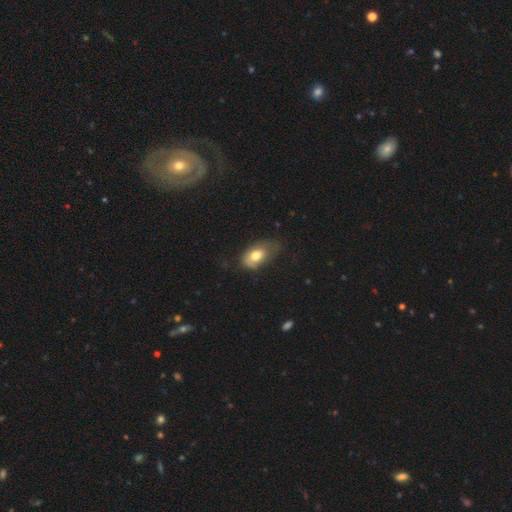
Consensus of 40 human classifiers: Smooth or featured? 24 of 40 (60%) said smooth. How rounded? 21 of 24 (88%) said in between. Merging? 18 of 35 (51%) said none.